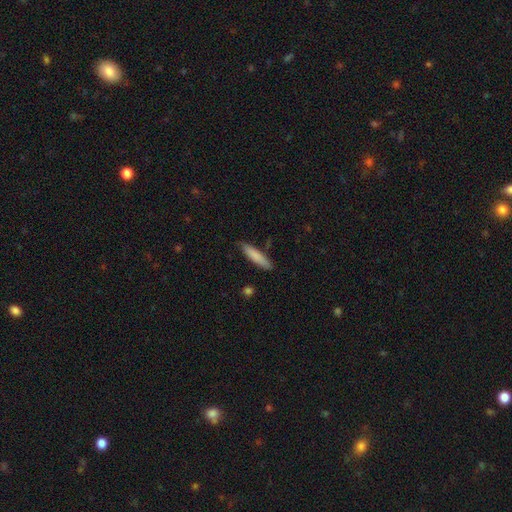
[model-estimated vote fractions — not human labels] Smooth or featured? Predicted: smooth (p=0.82). How rounded? Predicted: cigar-shaped (p=0.82). Merging? Predicted: none (p=0.83).